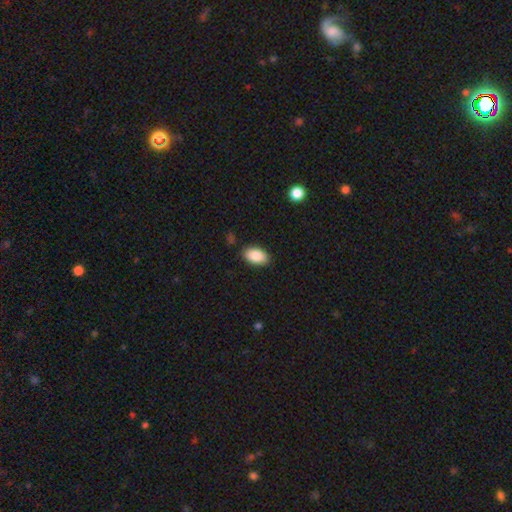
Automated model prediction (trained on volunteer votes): Overall: smooth (88%). How rounded: in between (94%). Merging: none (86%).